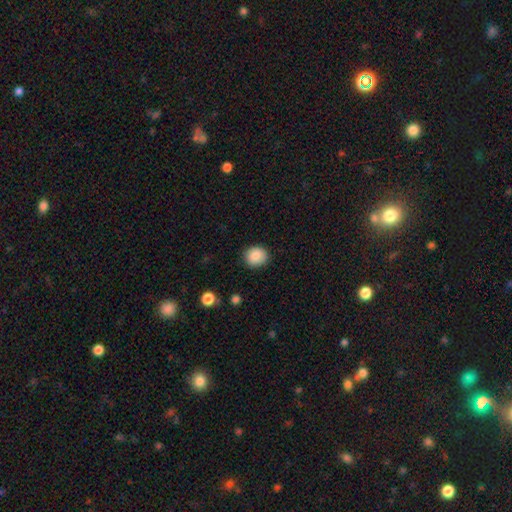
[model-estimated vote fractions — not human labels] Smooth or featured?
  - smooth: 87% *
  - star or artifact: 8%
  - featured or disk: 4%
How rounded?
  - round: 81% *
  - in between: 18%
  - cigar-shaped: 1%
Merging?
  - none: 89% *
  - minor disturbance: 8%
  - major disturbance: 2%
  - merger: 1%